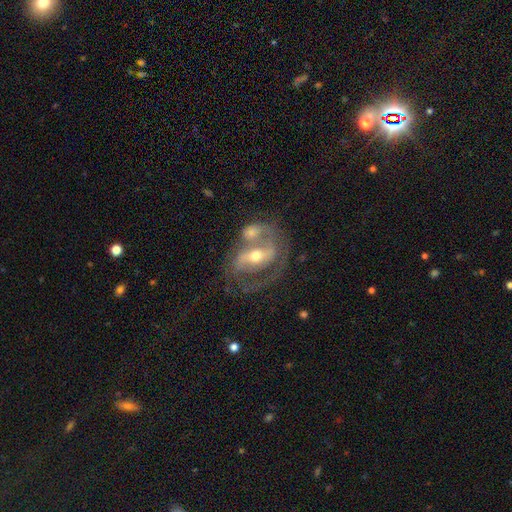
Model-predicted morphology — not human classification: Smooth or featured? featured or disk (79%)
Edge-on disk? no (94%)
Bar? strong (46%)
Spiral arms? yes (76%)
Spiral winding? medium (48%)
Spiral arm count? 2 (71%)
Bulge size? moderate (64%)
Merging? none (38%)